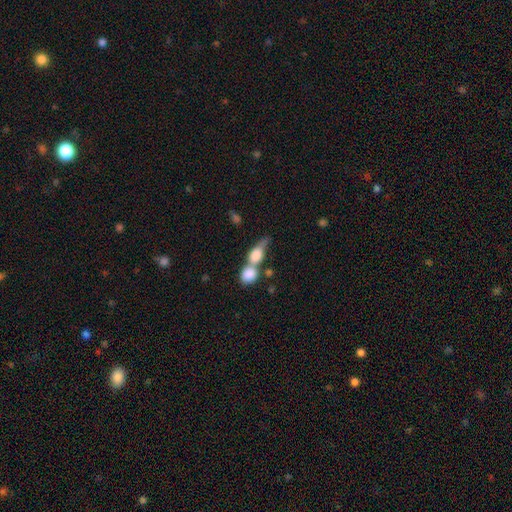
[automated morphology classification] Smooth or featured? Predicted: smooth (p=0.75). How rounded? Predicted: in between (p=0.54). Merging? Predicted: merger (p=0.70).